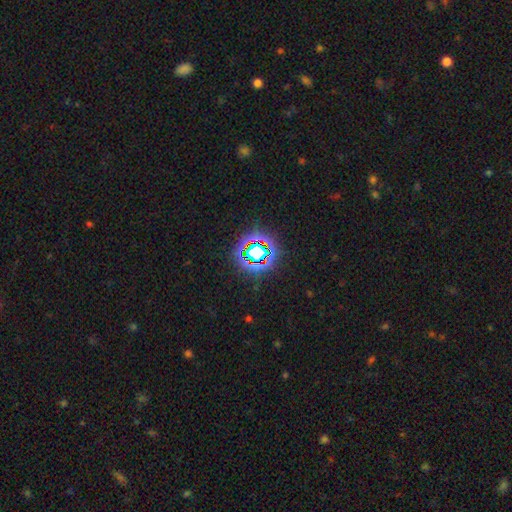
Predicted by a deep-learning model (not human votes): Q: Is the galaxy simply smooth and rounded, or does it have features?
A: star or artifact — 67%.